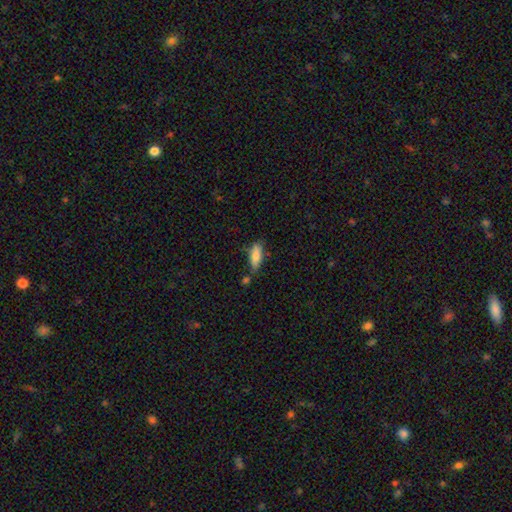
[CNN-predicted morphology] Smooth or featured: smooth — 81% (featured or disk — 12%)
How rounded: in between — 60% (cigar-shaped — 38%)
Merging: none — 59% (minor disturbance — 24%)